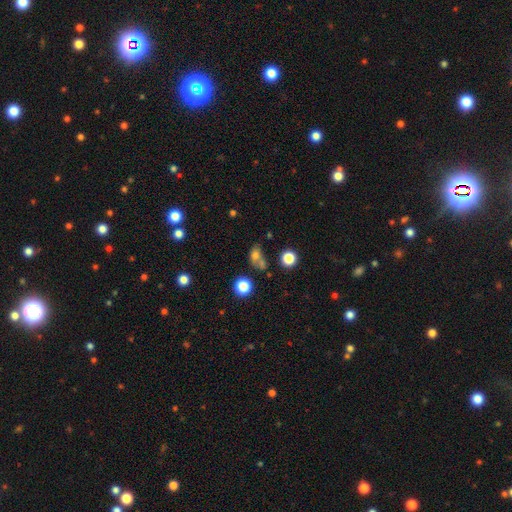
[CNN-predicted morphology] This is likely a smooth galaxy (69%). How rounded: possibly in between (55%). Merging: marginally none (41%).